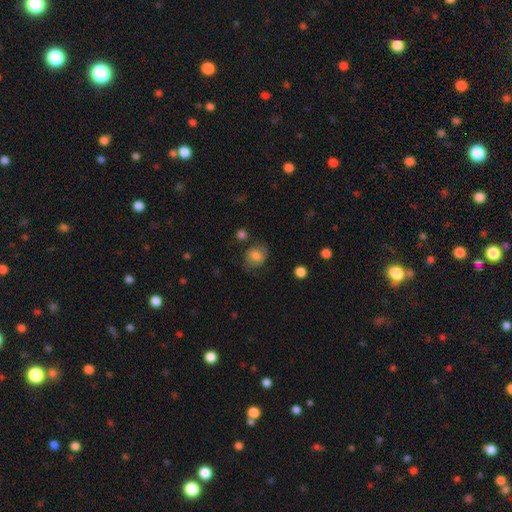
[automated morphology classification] A smooth galaxy with no disk features (71%) that is round (61%). Merging: none (67%).